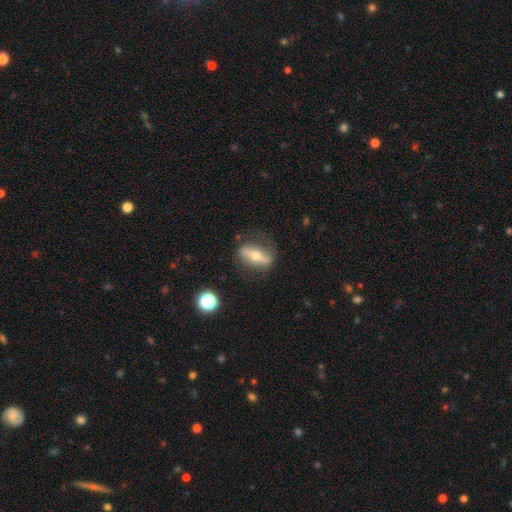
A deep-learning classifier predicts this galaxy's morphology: Smooth or featured? Predicted: featured or disk (p=0.61). Edge-on disk? Predicted: no (p=0.59). Merging? Predicted: none (p=0.72).